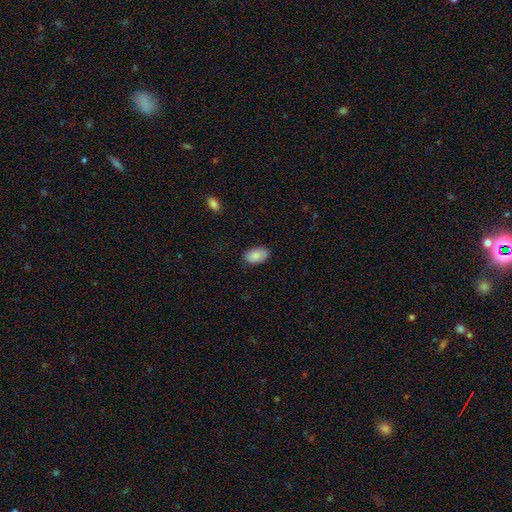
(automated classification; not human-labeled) Smooth or featured?
  - smooth: 88% *
  - star or artifact: 7%
  - featured or disk: 6%
How rounded?
  - in between: 93% *
  - round: 5%
  - cigar-shaped: 1%
Merging?
  - none: 84% *
  - minor disturbance: 12%
  - major disturbance: 3%
  - merger: 1%